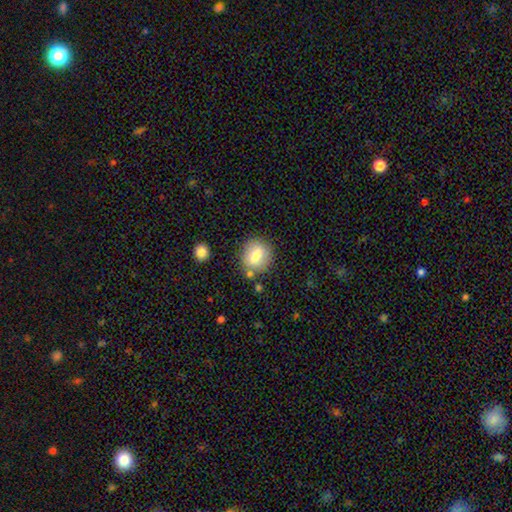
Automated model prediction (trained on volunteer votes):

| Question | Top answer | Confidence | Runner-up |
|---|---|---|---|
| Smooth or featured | smooth | 73% | featured or disk (18%) |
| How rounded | round | 77% | in between (22%) |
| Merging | none | 78% | minor disturbance (13%) |